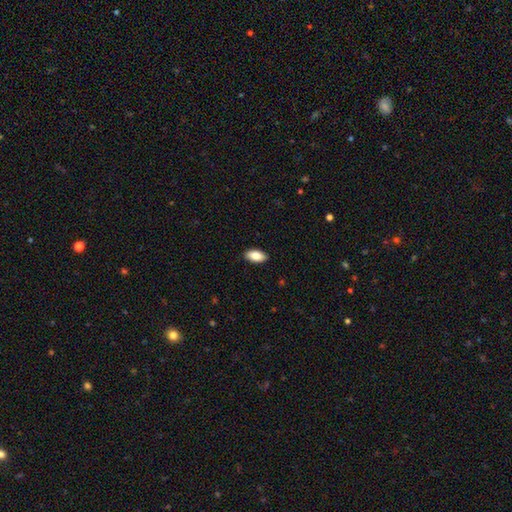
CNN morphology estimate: type=smooth (85%); roundness=in between (92%); merging=none (89%).